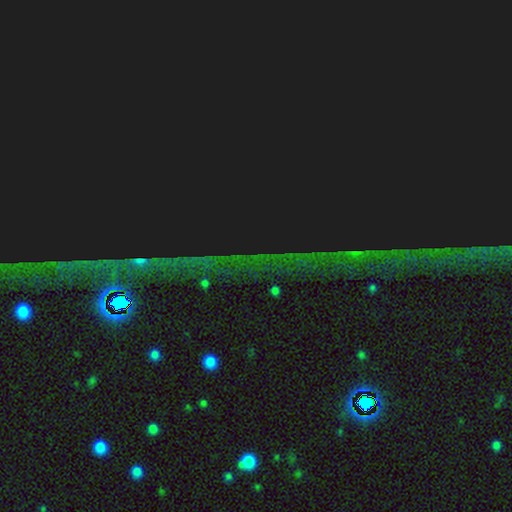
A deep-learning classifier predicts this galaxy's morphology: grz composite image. It shows a star or artifact, not a galaxy (83%).